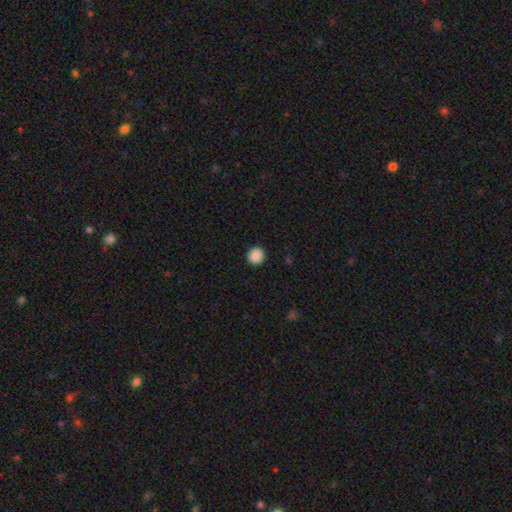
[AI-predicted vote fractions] The model was most divided on "smooth or featured": smooth: 89%, star or artifact: 9%, featured or disk: 2%. More confident: how rounded — round (93%); merging — none (93%).